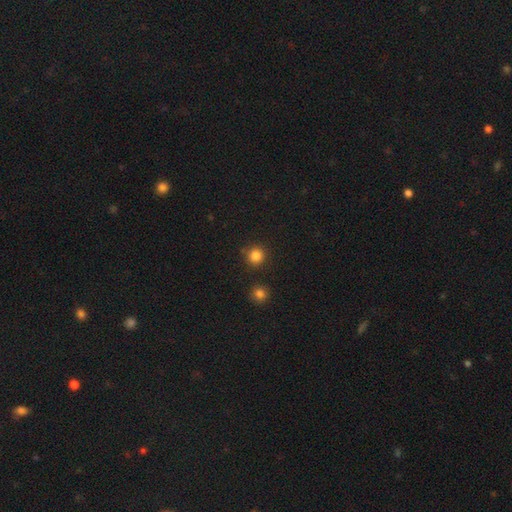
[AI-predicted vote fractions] Smooth or featured?
  - smooth: 84% *
  - star or artifact: 12%
  - featured or disk: 4%
How rounded?
  - round: 93% *
  - in between: 6%
  - cigar-shaped: 1%
Merging?
  - none: 87% *
  - minor disturbance: 7%
  - merger: 3%
  - major disturbance: 3%